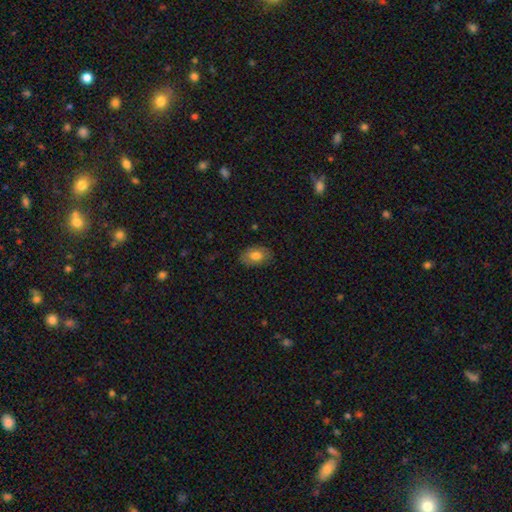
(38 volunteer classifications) Q: Smooth or featured?
A: smooth (84%); runner-up: featured or disk (8%)
Q: How rounded?
A: in between (78%); runner-up: round (22%)
Q: Merging?
A: none (91%); runner-up: minor disturbance (6%)